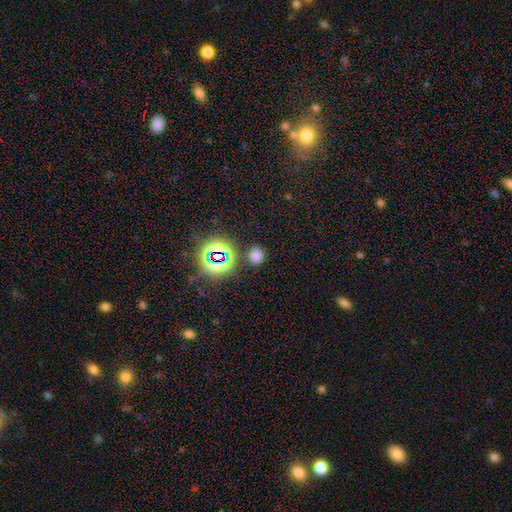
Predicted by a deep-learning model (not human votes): smooth_or_featured: smooth (p=0.66) [alt: star or artifact p=0.29]
how_rounded: round (p=0.74) [alt: in between p=0.25]
merging: none (p=0.82) [alt: minor disturbance p=0.09]